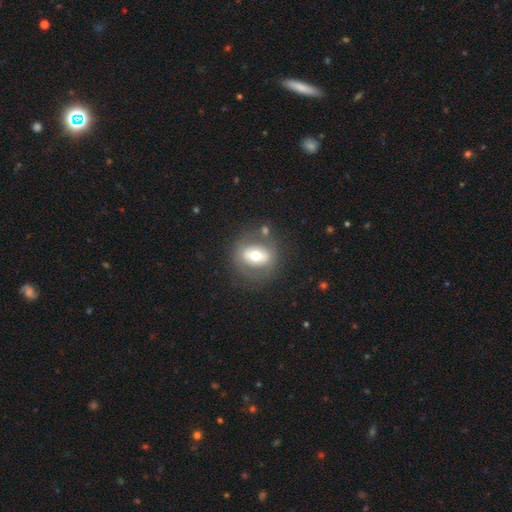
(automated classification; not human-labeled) A featured or disk galaxy (47%).

Vote fractions:
- Smooth or featured? featured or disk: 47% / smooth: 45% / star or artifact: 8%
- Merging? none: 70% / minor disturbance: 15% / major disturbance: 9% / merger: 6%